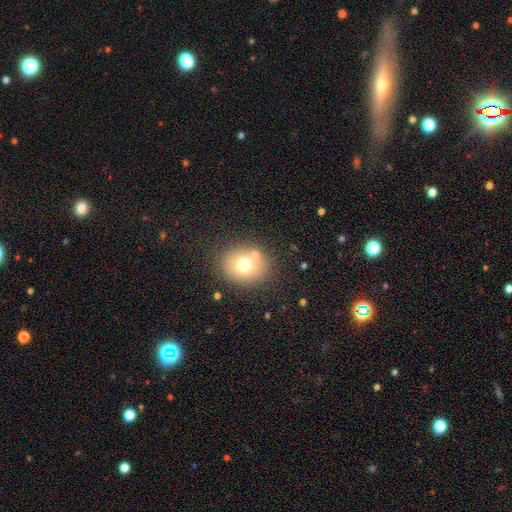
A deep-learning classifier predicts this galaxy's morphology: Smooth or featured? smooth (67%)
How rounded? round (73%)
Merging? none (71%)